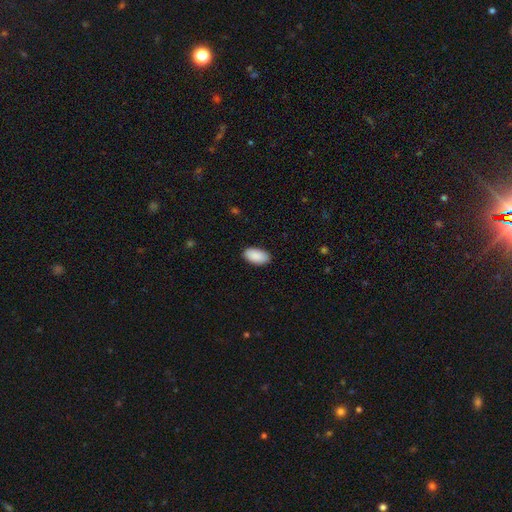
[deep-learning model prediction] Smooth or featured? Predicted: smooth (p=0.91). How rounded? Predicted: in between (p=0.96). Merging? Predicted: none (p=0.88).